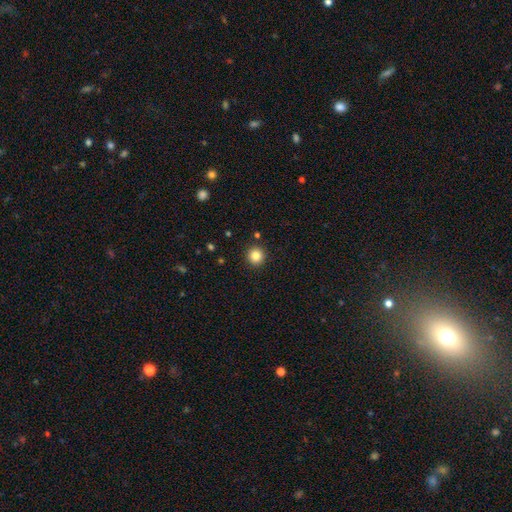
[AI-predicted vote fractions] Smooth or featured? Predicted: smooth (p=0.84). How rounded? Predicted: round (p=0.94). Merging? Predicted: none (p=0.92).